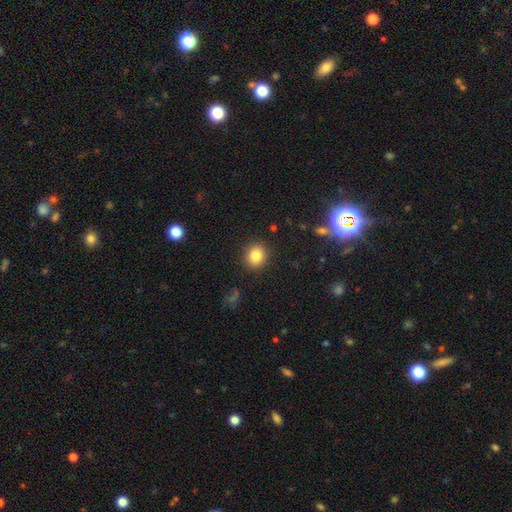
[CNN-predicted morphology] This appears to be a smooth galaxy with no disk features (83%) that is round (76%). Merging: none (90%).